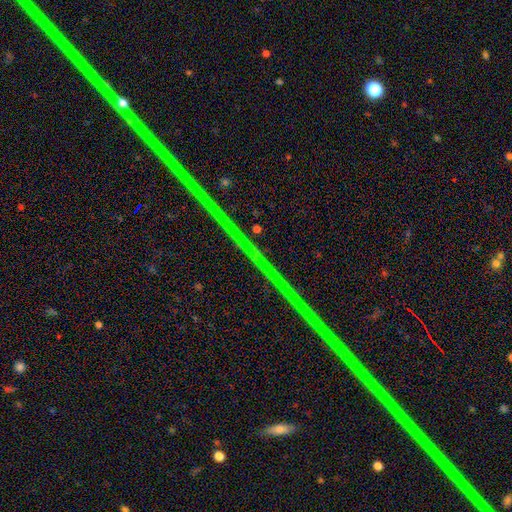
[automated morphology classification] Smooth or featured?
  - star or artifact: 90% *
  - featured or disk: 7%
  - smooth: 4%